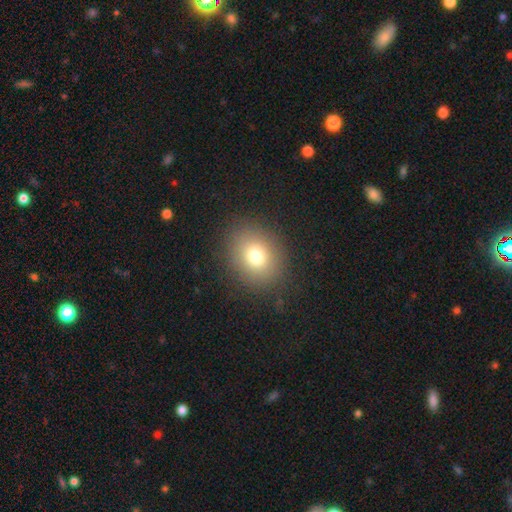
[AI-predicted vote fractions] Overall: smooth (76%). How rounded: round (61%; in between 39%). Merging: none (87%).